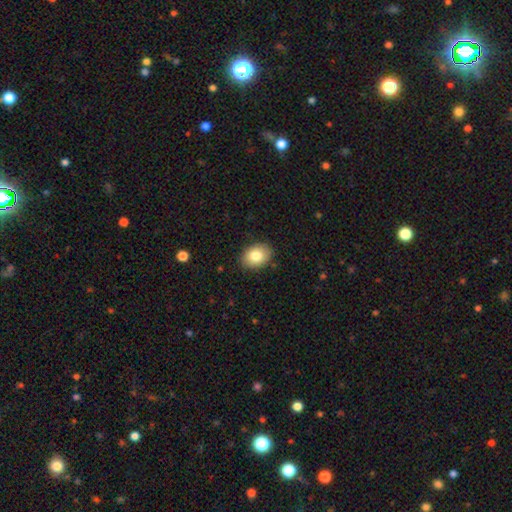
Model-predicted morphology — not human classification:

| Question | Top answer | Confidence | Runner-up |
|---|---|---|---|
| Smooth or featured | smooth | 82% | featured or disk (10%) |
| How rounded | in between | 72% | round (27%) |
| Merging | none | 88% | minor disturbance (9%) |